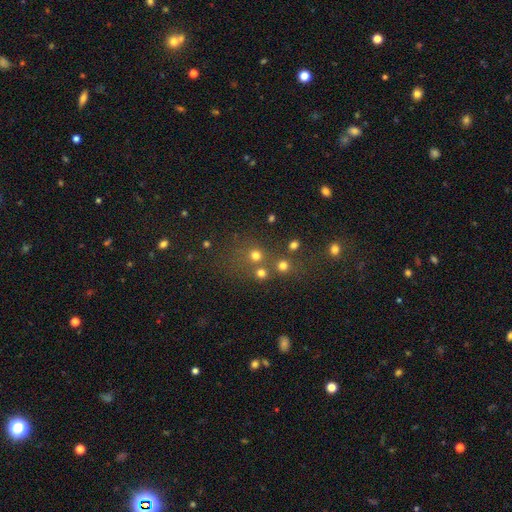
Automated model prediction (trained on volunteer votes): A smooth galaxy with no disk features (67%) that is round (89%).

Vote fractions:
- Smooth or featured? smooth: 67% / star or artifact: 23% / featured or disk: 9%
- How rounded? round: 89% / in between: 10% / cigar-shaped: 1%
- Merging? none: 62% / merger: 26% / minor disturbance: 8% / major disturbance: 5%